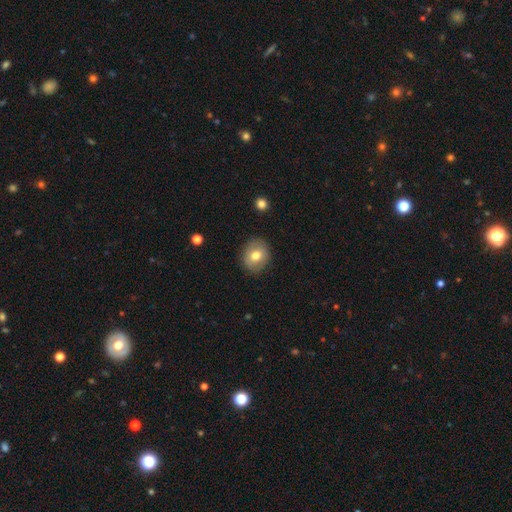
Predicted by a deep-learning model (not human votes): smooth 70%, featured or disk 22%, star or artifact 8%. Down the decision tree: how rounded — round (65%); merging — none (85%).